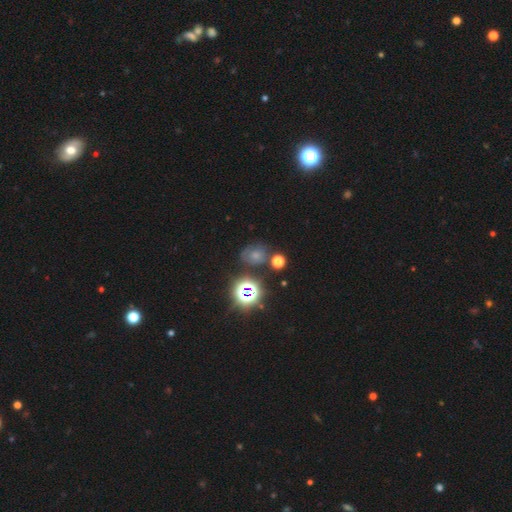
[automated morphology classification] Smooth or featured?
  - smooth: 53% *
  - star or artifact: 32%
  - featured or disk: 15%
How rounded?
  - round: 64% *
  - in between: 35%
  - cigar-shaped: 1%
Merging?
  - none: 65% *
  - minor disturbance: 17%
  - merger: 11%
  - major disturbance: 7%